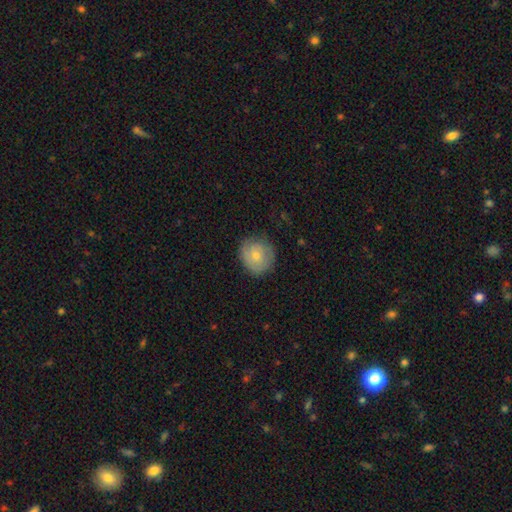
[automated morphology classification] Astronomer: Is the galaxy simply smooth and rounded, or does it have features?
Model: smooth — 61%.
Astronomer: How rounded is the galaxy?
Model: round — 86%.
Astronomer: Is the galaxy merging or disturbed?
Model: none — 78%.